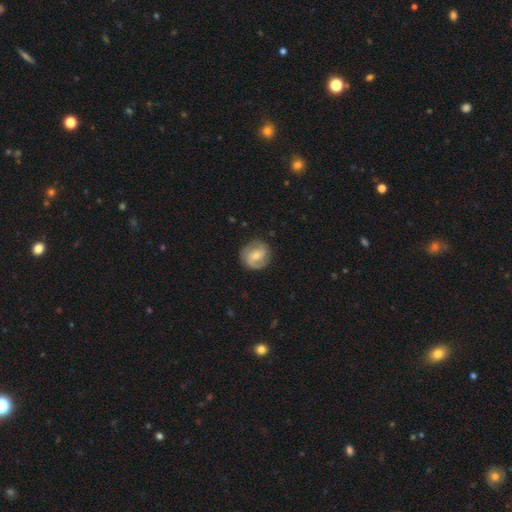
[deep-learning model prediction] A featured or disk galaxy (70%) with a weak bar (45%), 2 (82%) medium (44%) spiral arms (91%) and a small central bulge (51%).

Vote fractions:
- Smooth or featured? featured or disk: 70% / smooth: 24% / star or artifact: 6%
- Edge-on disk? no: 98% / yes: 2%
- Bar? weak: 45% / no: 40% / strong: 15%
- Spiral arms? yes: 91% / no: 9%
- Spiral winding? medium: 44% / tight: 34% / loose: 21%
- Spiral arm count? 2: 82% / can't tell: 9% / 3: 4% / 1: 3% / 4: 1% / more than 4: 1%
- Bulge size? small: 51% / moderate: 45% / none: 2% / large: 2% / dominant: 1%
- Merging? none: 83% / minor disturbance: 12% / major disturbance: 4% / merger: 1%